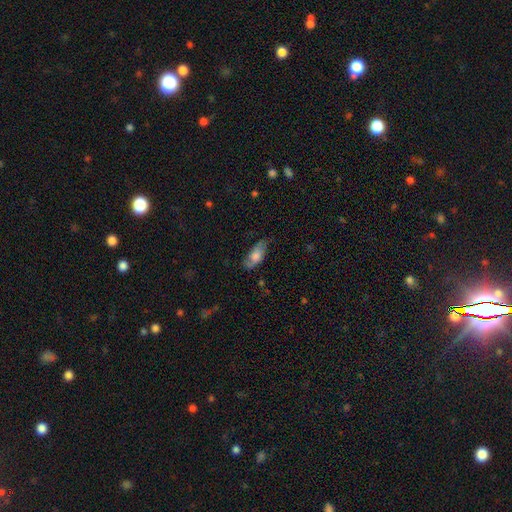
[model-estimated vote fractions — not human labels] This appears to be a smooth galaxy with no disk features (64%) that is in between round and cigar-shaped (80%). Merging: none (69%).